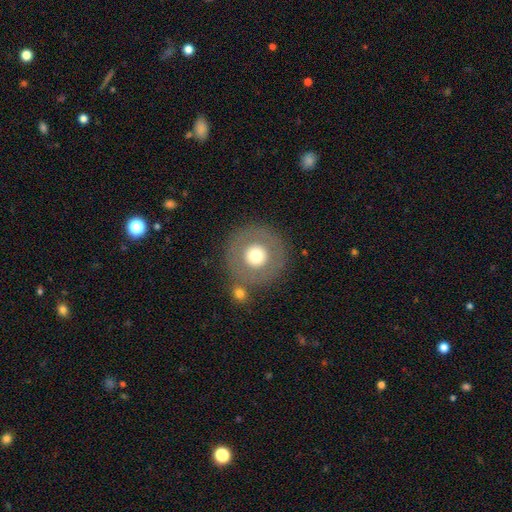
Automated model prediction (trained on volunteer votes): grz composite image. It shows a smooth galaxy with no disk features (60%) that is round (96%). Merging: none (80%).